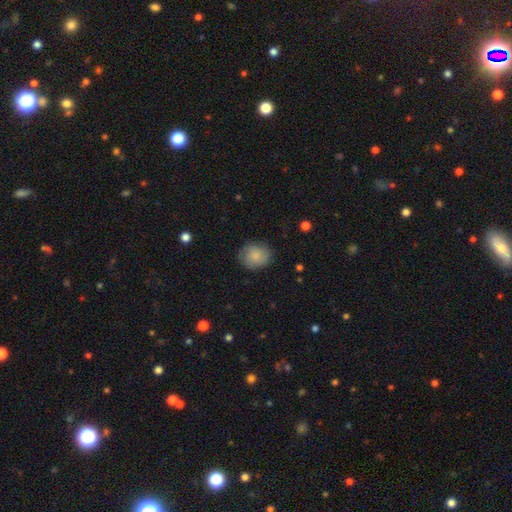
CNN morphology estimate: A smooth galaxy with no disk features (81%) that is round (72%). Merging: none (78%).